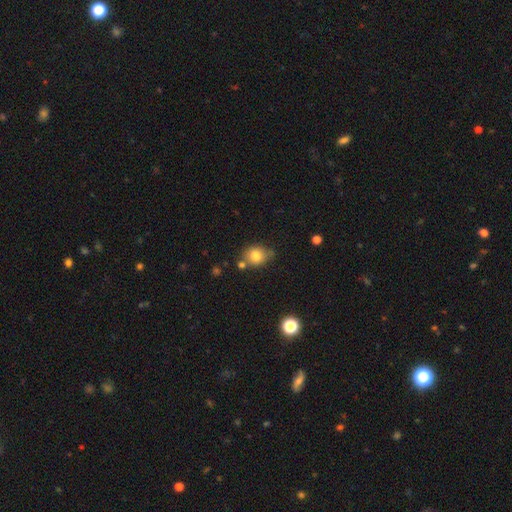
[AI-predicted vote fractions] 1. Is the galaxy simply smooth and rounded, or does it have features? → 80% smooth, 10% star or artifact, 9% featured or disk.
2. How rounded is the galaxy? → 68% round, 31% in between, 1% cigar-shaped.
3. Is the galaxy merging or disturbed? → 66% none, 18% minor disturbance, 13% merger, 4% major disturbance.